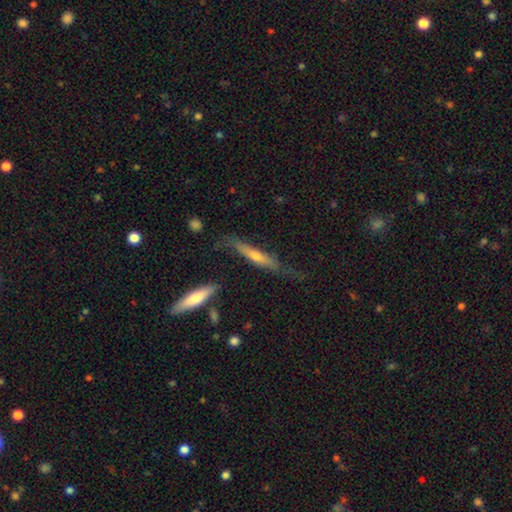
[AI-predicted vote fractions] Smooth or featured? featured or disk (54%)
Edge-on disk? yes (87%)
Merging? none (58%)